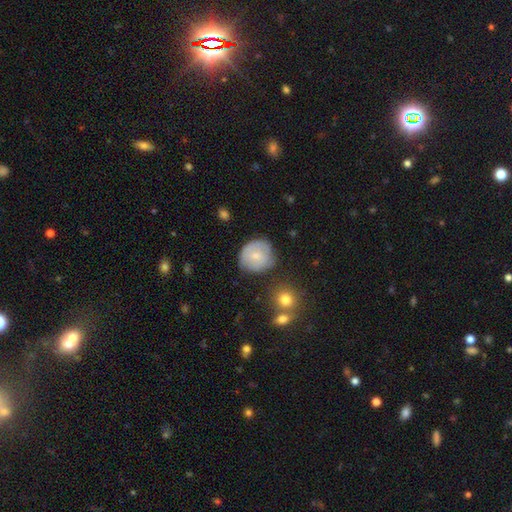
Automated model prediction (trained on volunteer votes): This is likely a smooth galaxy (63%). How rounded: clearly round (87%). Merging: likely none (67%).